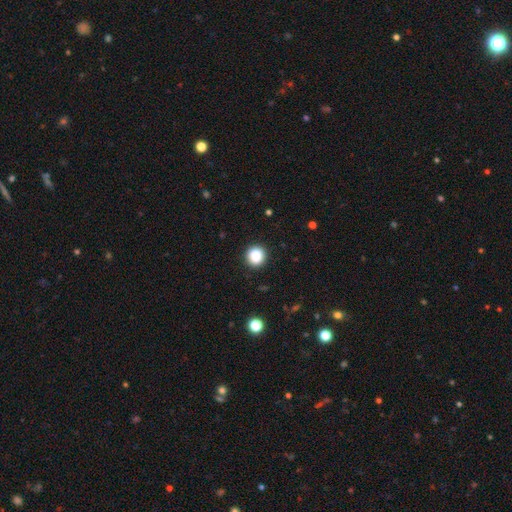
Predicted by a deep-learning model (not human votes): Morphology: type=smooth (87%); roundness=round (88%); merging=none (90%).